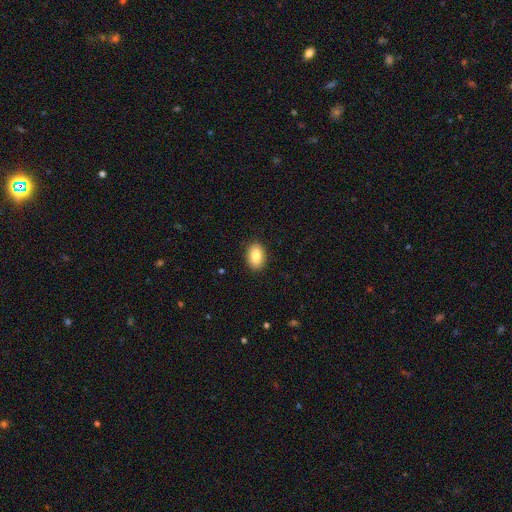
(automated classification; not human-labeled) smooth_or_featured: smooth (p=0.85) [alt: featured or disk p=0.08]
how_rounded: in between (p=0.86) [alt: round p=0.12]
merging: none (p=0.89) [alt: minor disturbance p=0.08]